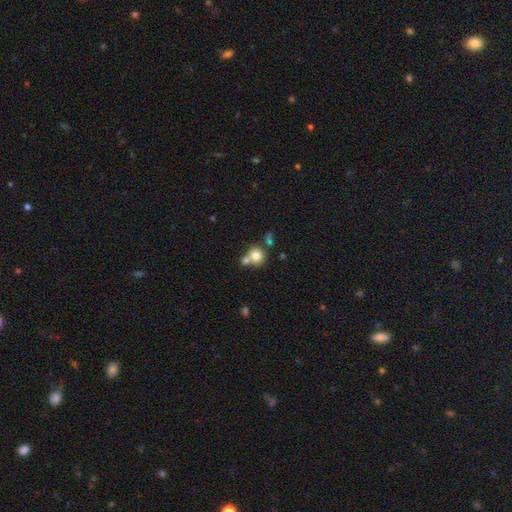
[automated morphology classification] Smooth or featured?
  - smooth: 77% *
  - featured or disk: 13%
  - star or artifact: 11%
How rounded?
  - round: 85% *
  - in between: 14%
  - cigar-shaped: 1%
Merging?
  - none: 48% *
  - merger: 39%
  - minor disturbance: 10%
  - major disturbance: 4%